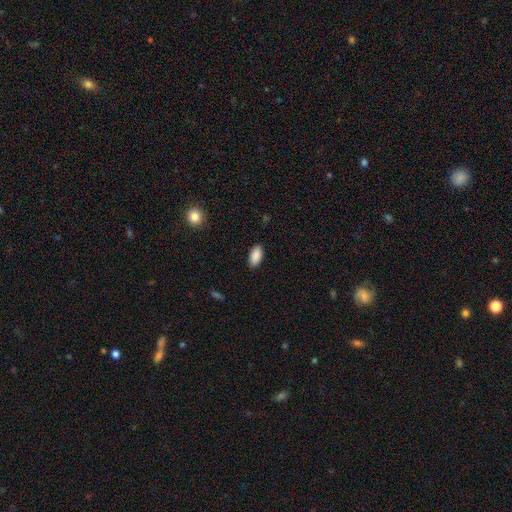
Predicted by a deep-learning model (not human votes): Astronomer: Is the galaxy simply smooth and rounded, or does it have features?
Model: smooth — 90%.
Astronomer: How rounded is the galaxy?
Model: in between — 93%.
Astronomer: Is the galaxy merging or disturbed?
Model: none — 88%.